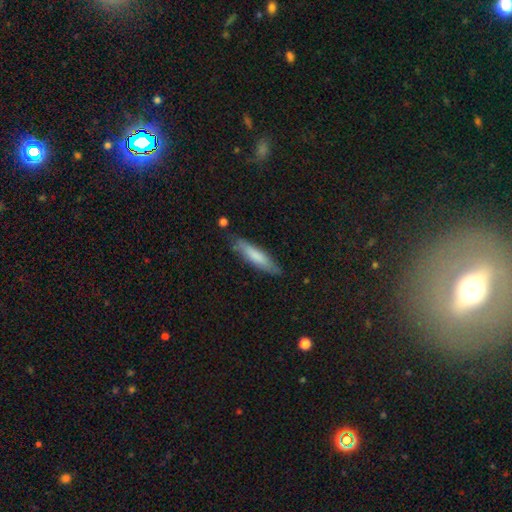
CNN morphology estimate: type=smooth (72%); roundness=cigar-shaped (82%); merging=none (78%).